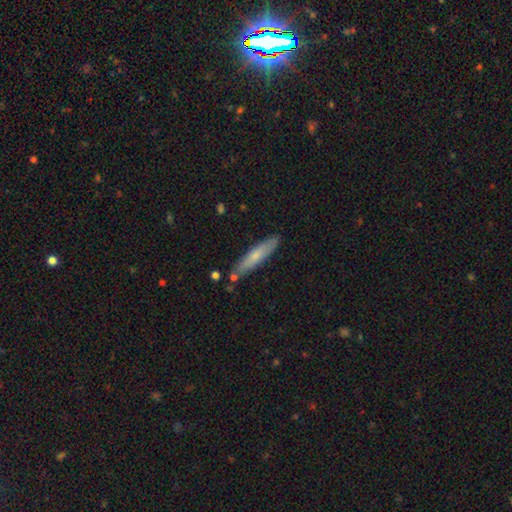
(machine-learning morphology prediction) Smooth or featured? Predicted: smooth (p=0.65). How rounded? Predicted: cigar-shaped (p=0.88). Merging? Predicted: none (p=0.83).